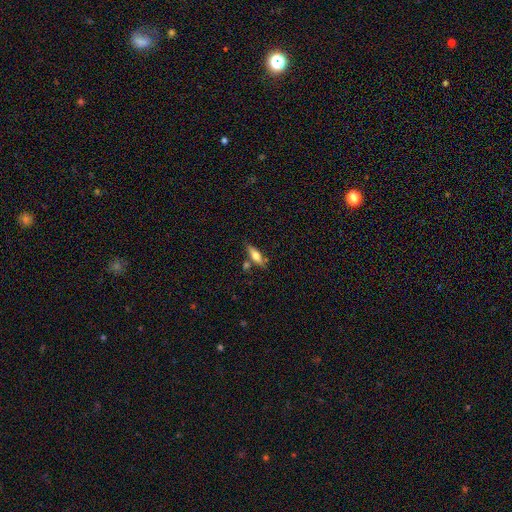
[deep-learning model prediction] Overall: smooth (58%; featured or disk 35%). How rounded: in between (54%; cigar-shaped 44%). Merging: none (69%).